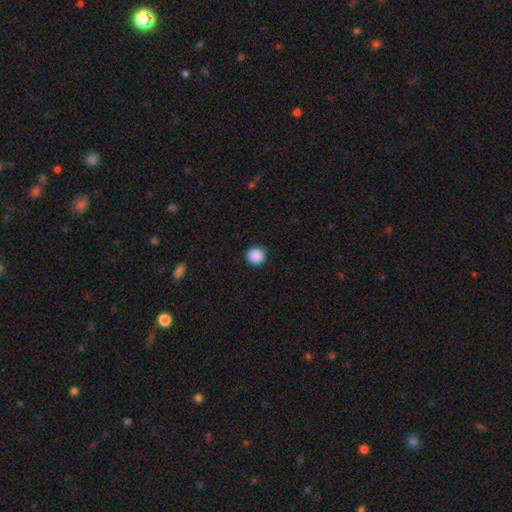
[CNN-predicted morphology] smooth 89%, star or artifact 9%, featured or disk 2%. Down the decision tree: how rounded — round (95%); merging — none (91%).